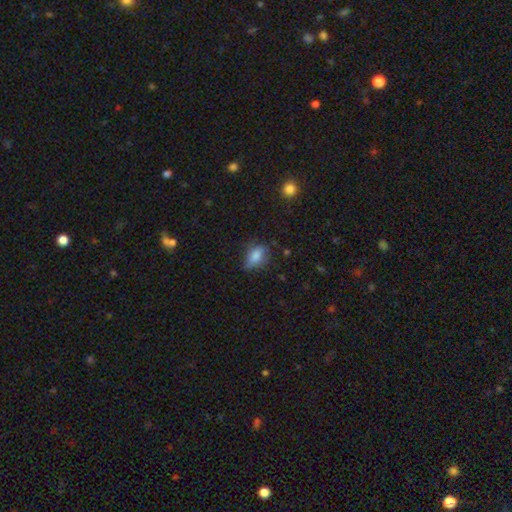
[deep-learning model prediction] A smooth galaxy with no disk features (74%) that is in between round and cigar-shaped (81%). Merging: none (59%).